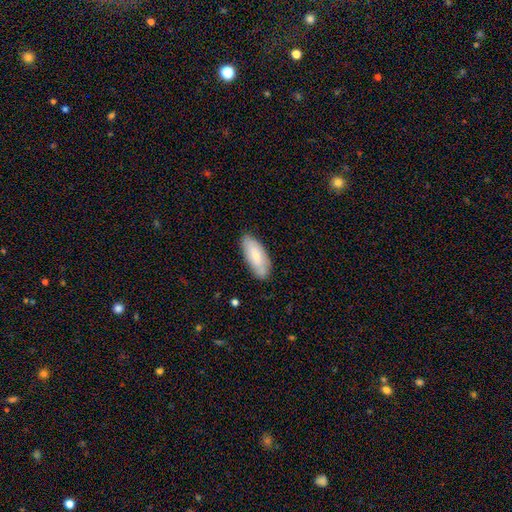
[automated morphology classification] The model was most divided on "smooth or featured": smooth: 69%, featured or disk: 25%, star or artifact: 6%. More confident: how rounded — in between (83%); merging — none (80%).